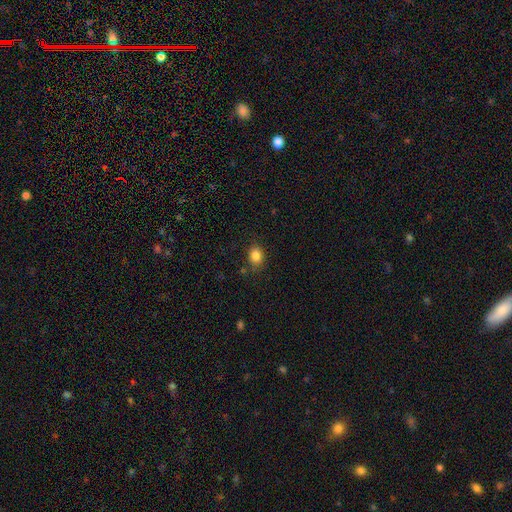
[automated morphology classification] smooth-or-featured: smooth: 84% | star or artifact: 11% | featured or disk: 5%
  how-rounded: in between: 51% | round: 48% | cigar-shaped: 1%
  merging: none: 81% | minor disturbance: 13% | major disturbance: 3% | merger: 3%